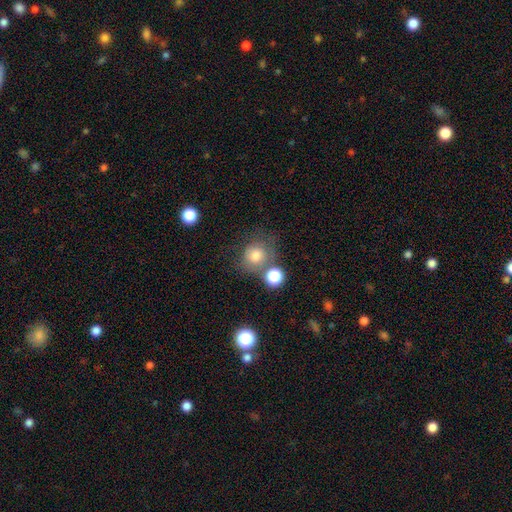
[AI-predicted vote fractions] The model was most divided on "merging": none: 53%, merger: 20%, minor disturbance: 17%, major disturbance: 11%. More confident: how rounded — round (80%); smooth or featured — smooth (74%).